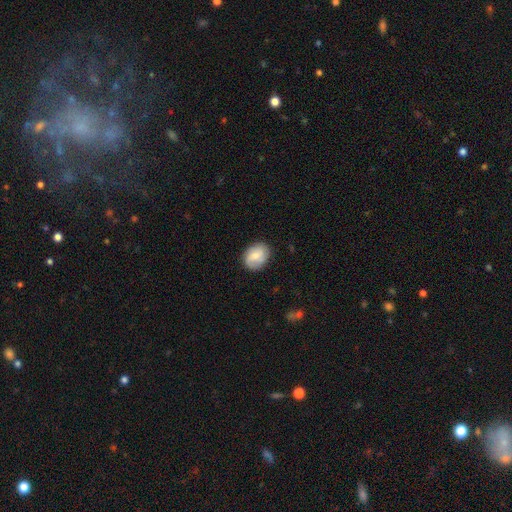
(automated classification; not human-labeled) Smooth or featured?
  - smooth: 64% *
  - featured or disk: 29%
  - star or artifact: 7%
How rounded?
  - in between: 57% *
  - round: 42%
  - cigar-shaped: 1%
Merging?
  - none: 79% *
  - minor disturbance: 16%
  - major disturbance: 4%
  - merger: 1%